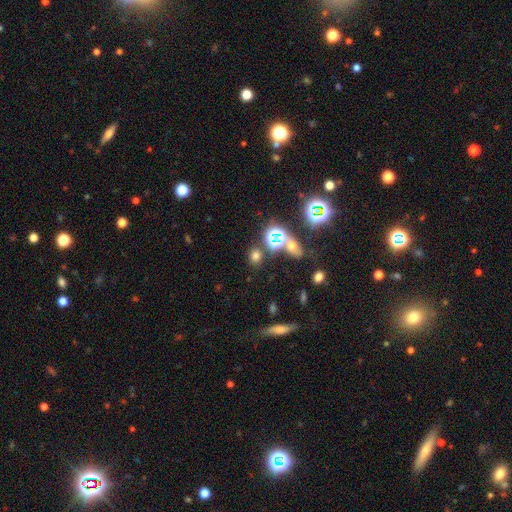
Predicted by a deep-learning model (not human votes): Smooth or featured? Predicted: smooth (p=0.61). How rounded? Predicted: round (p=0.64). Merging? Predicted: none (p=0.78).